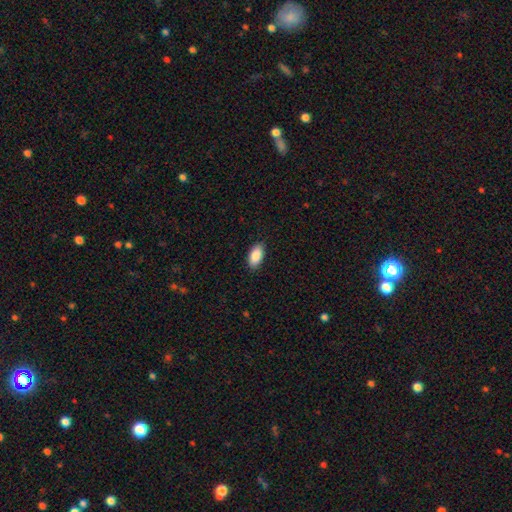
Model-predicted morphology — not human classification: Q: Smooth or featured?
A: smooth (89%); runner-up: star or artifact (6%)
Q: How rounded?
A: in between (93%); runner-up: cigar-shaped (4%)
Q: Merging?
A: none (87%); runner-up: minor disturbance (10%)